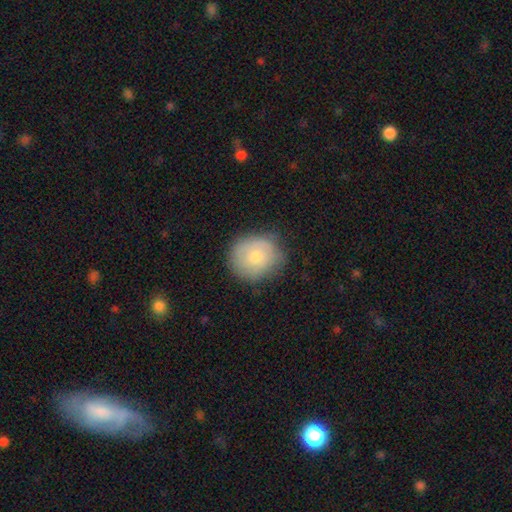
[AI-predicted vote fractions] Smooth or featured?
  - smooth: 71% *
  - featured or disk: 22%
  - star or artifact: 7%
How rounded?
  - round: 82% *
  - in between: 18%
  - cigar-shaped: 1%
Merging?
  - none: 71% *
  - minor disturbance: 22%
  - major disturbance: 6%
  - merger: 1%